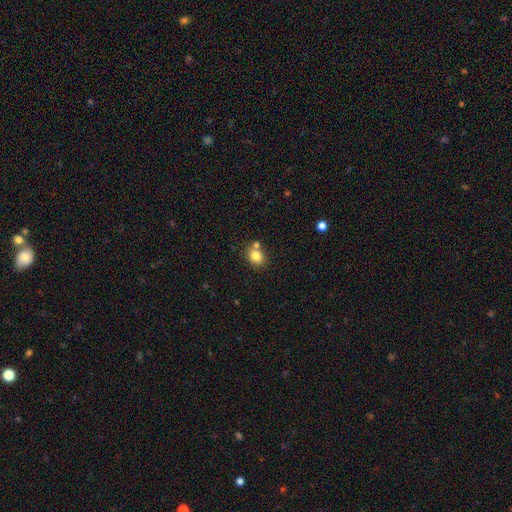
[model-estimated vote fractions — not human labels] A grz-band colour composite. It shows a smooth galaxy with no disk features (82%) that is round (52%). Merging: none (65%).